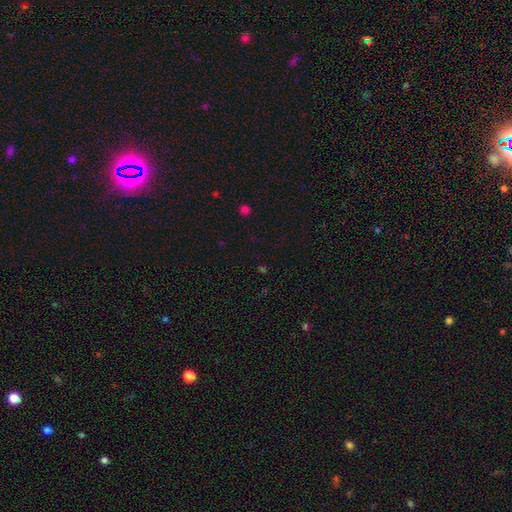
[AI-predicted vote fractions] Smooth or featured? star or artifact (59%)